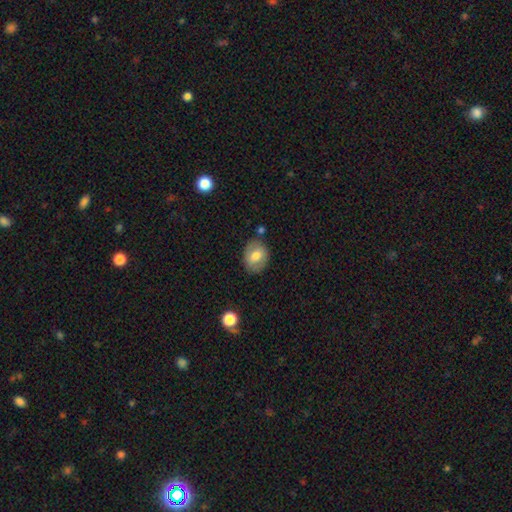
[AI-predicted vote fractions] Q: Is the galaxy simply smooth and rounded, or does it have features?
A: smooth — 71%.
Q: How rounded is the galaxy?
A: in between — 62%.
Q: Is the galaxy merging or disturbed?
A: none — 79%.